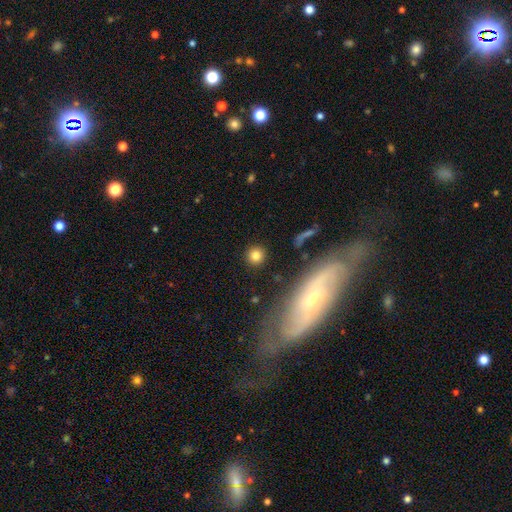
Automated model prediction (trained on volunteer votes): A smooth galaxy with no disk features (80%) that is round (92%).

Vote fractions:
- Smooth or featured? smooth: 80% / star or artifact: 11% / featured or disk: 9%
- How rounded? round: 92% / in between: 6% / cigar-shaped: 1%
- Merging? none: 89% / minor disturbance: 6% / major disturbance: 3% / merger: 2%